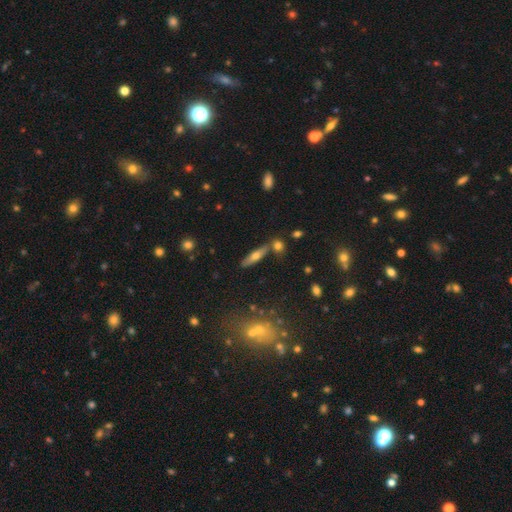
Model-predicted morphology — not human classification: Smooth or featured? Predicted: smooth (p=0.45, tied with featured or disk). Merging? Predicted: none (p=0.73).